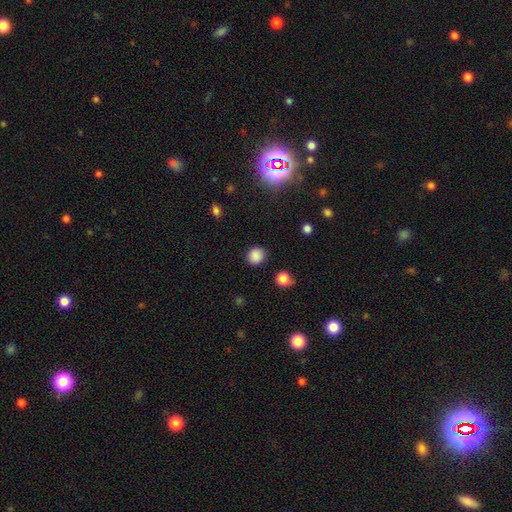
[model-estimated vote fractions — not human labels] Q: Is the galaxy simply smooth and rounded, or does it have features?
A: smooth — 85%.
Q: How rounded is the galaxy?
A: round — 80%.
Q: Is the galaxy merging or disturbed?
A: none — 87%.